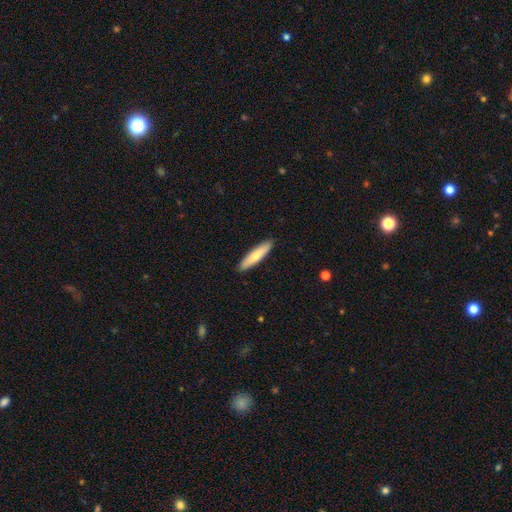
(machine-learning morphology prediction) A smooth galaxy with no disk features (72%) that is cigar-shaped (82%). Merging: none (91%).